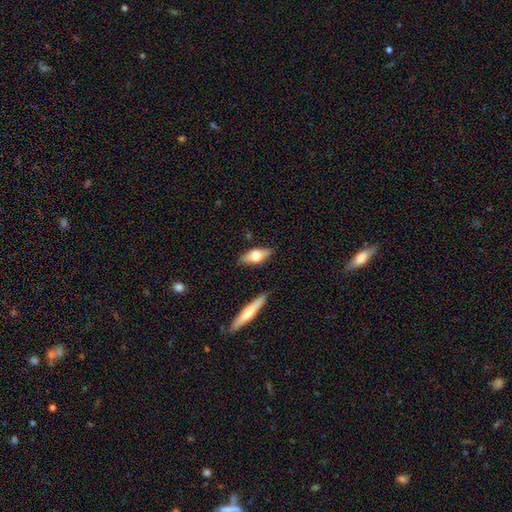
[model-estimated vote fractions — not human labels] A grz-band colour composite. It shows a smooth galaxy with no disk features (52%) that is in between round and cigar-shaped (64%). Merging: none (85%).